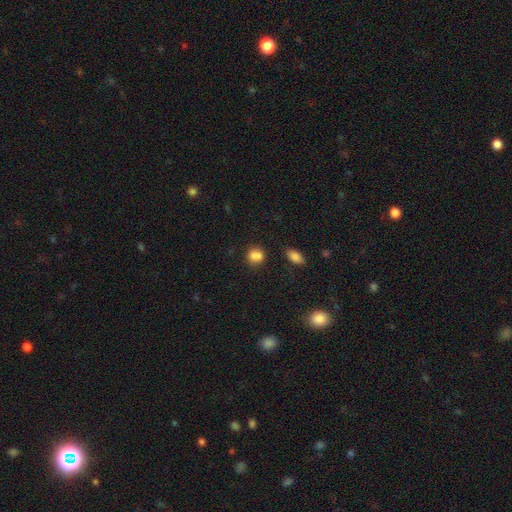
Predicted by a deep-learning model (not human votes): Smooth or featured? Predicted: smooth (p=0.79). How rounded? Predicted: round (p=0.71). Merging? Predicted: none (p=0.51).